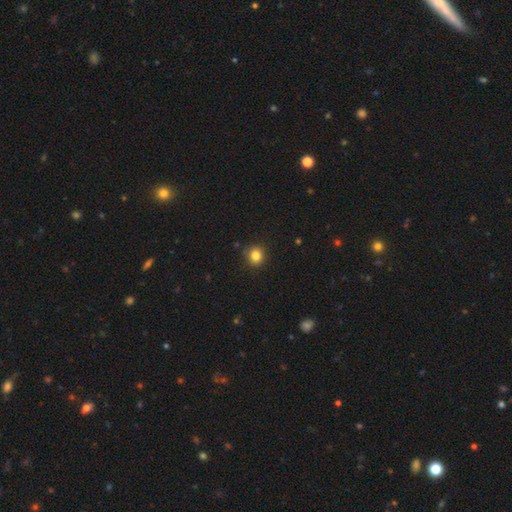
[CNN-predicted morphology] This is clearly a smooth galaxy (83%). How rounded: clearly round (83%). Merging: clearly none (86%).